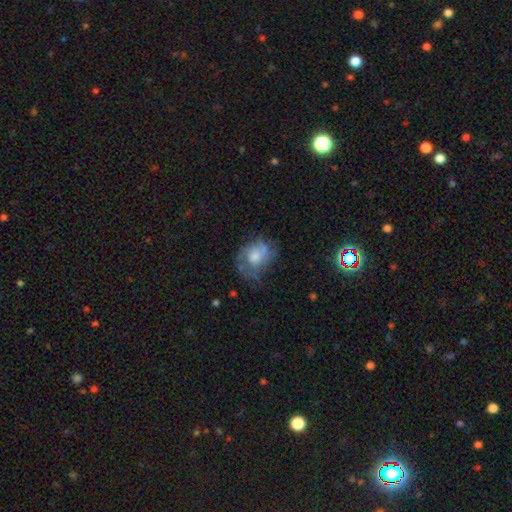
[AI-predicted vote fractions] Overall: featured or disk (49%; smooth 42%). Merging: none (44%; minor disturbance 27%).